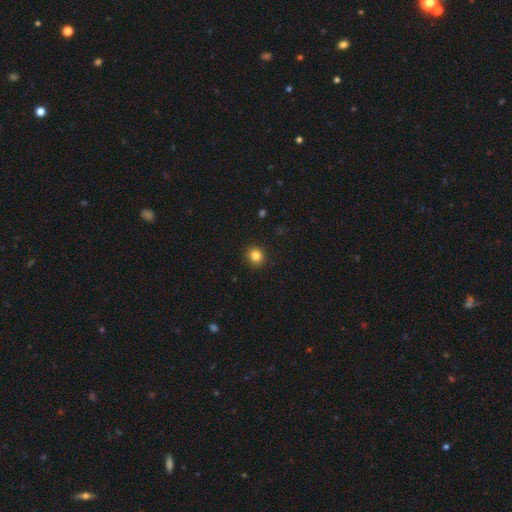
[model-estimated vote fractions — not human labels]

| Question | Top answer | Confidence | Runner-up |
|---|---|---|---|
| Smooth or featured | smooth | 83% | star or artifact (11%) |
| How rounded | round | 89% | in between (10%) |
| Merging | none | 92% | minor disturbance (6%) |